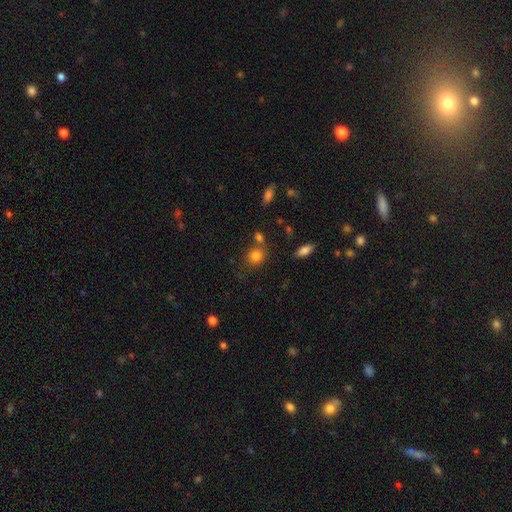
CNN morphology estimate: Smooth or featured: smooth — 82% (star or artifact — 11%)
How rounded: round — 73% (in between — 26%)
Merging: none — 66% (merger — 17%)